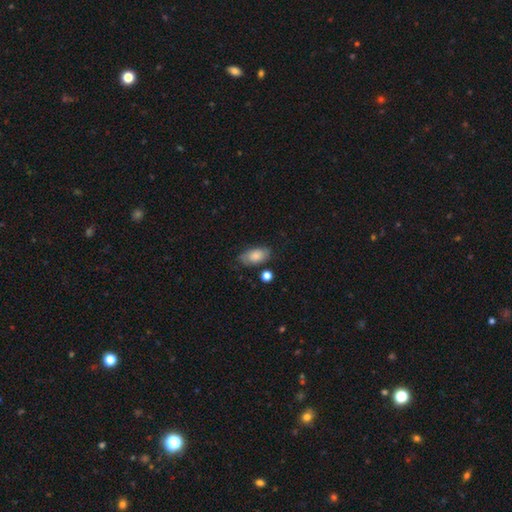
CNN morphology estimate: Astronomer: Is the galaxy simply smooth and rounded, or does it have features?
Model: smooth — 70%.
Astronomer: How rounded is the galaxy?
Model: in between — 90%.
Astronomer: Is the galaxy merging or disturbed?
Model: none — 65%.